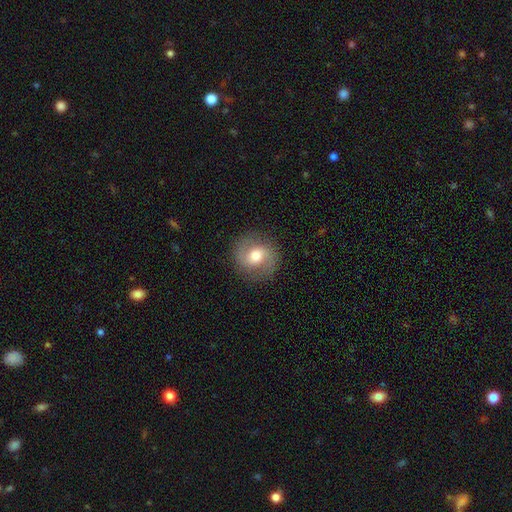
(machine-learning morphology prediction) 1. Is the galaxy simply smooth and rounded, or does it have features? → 55% featured or disk, 38% smooth, 8% star or artifact.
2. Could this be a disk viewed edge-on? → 97% no, 3% yes.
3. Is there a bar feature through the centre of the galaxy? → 43% weak, 42% no, 15% strong.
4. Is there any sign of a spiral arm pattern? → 81% yes, 19% no.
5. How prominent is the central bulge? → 71% moderate, 15% small, 12% large, 1% dominant, 1% none.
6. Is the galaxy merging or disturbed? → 84% none, 10% minor disturbance, 4% major disturbance, 1% merger.